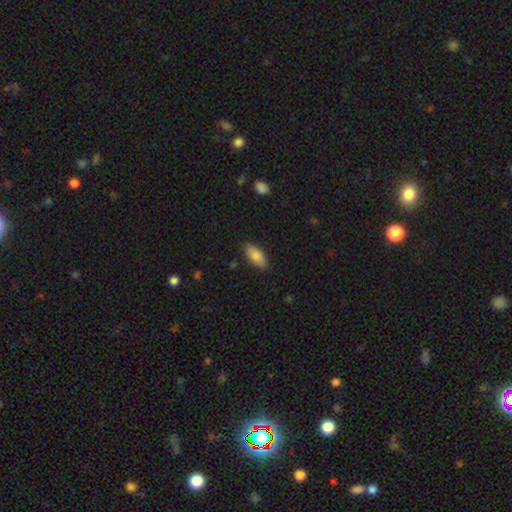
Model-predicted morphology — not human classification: Smooth or featured? smooth (83%)
How rounded? in between (87%)
Merging? none (84%)